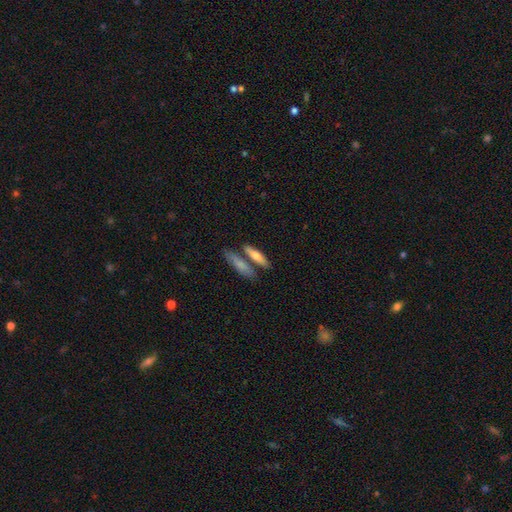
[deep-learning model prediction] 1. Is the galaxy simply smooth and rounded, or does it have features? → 70% smooth, 24% featured or disk, 6% star or artifact.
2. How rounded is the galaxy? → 70% cigar-shaped, 27% in between, 3% round.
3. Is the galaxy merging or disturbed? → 59% none, 27% merger, 10% minor disturbance, 3% major disturbance.